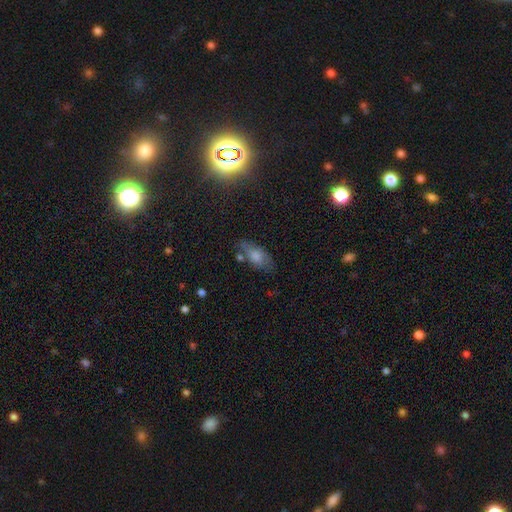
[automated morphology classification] A smooth galaxy with no disk features (75%) that is in between round and cigar-shaped (88%). Merging: none (61%).